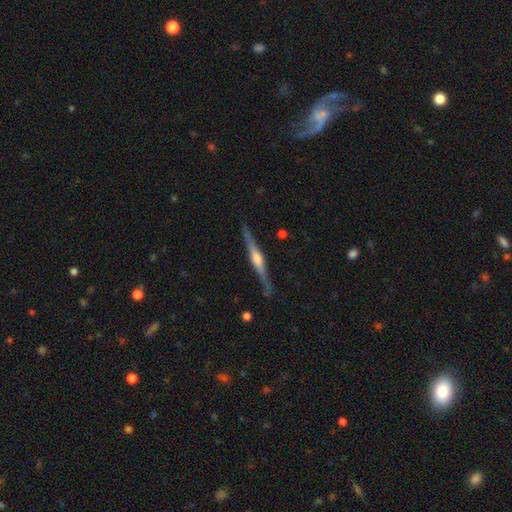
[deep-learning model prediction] smooth_or_featured: featured or disk (p=0.83) [alt: smooth p=0.12]
disk_edge_on: yes (p=0.98) [alt: no p=0.02]
edge_on_bulge: rounded (p=0.78) [alt: boxy p=0.15]
merging: none (p=0.89) [alt: minor disturbance p=0.08]